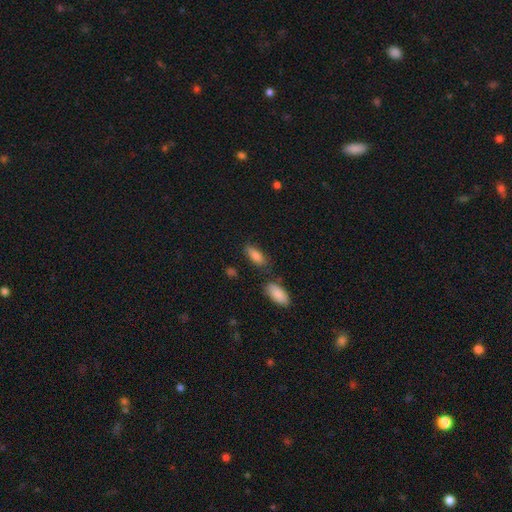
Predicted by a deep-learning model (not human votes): Q: Smooth or featured?
A: smooth (85%); runner-up: featured or disk (8%)
Q: How rounded?
A: in between (76%); runner-up: cigar-shaped (22%)
Q: Merging?
A: none (70%); runner-up: minor disturbance (16%)